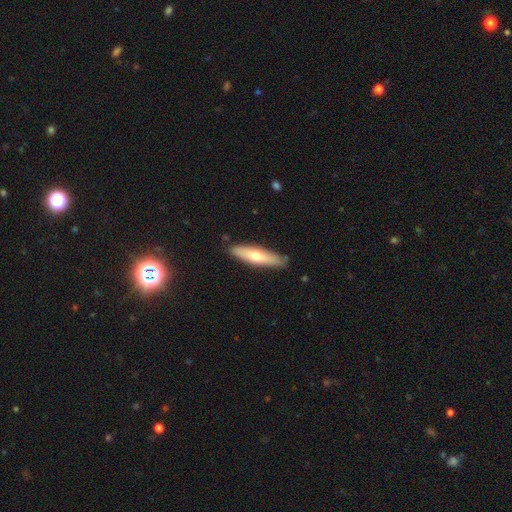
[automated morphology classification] A smooth galaxy with no disk features (61%) that is cigar-shaped (76%). Merging: none (85%).